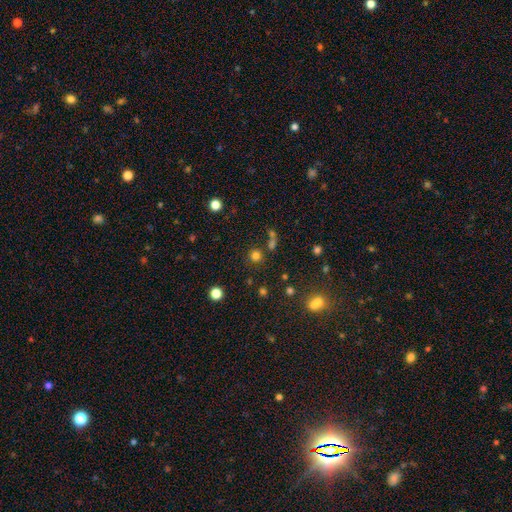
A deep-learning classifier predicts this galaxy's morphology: A smooth galaxy with no disk features (74%) that is round (92%). Merging: none (79%).